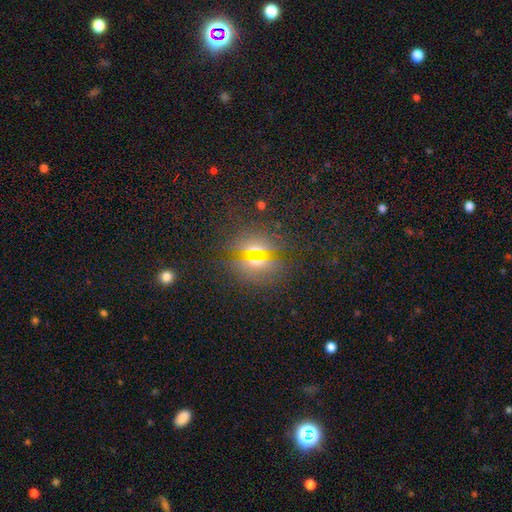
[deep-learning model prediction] Morphology: type=star or artifact (48%).